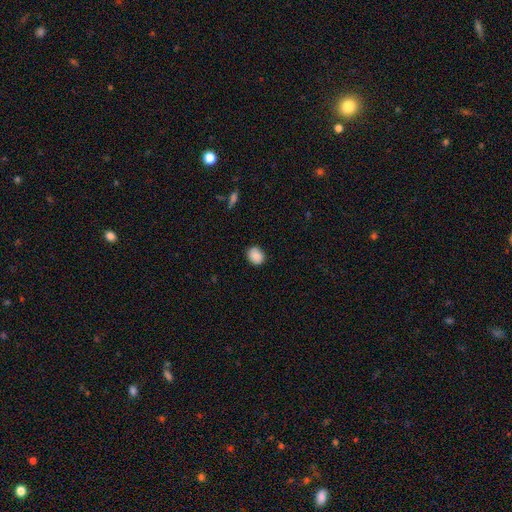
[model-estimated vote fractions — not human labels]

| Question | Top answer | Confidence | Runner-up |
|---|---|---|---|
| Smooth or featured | smooth | 87% | star or artifact (8%) |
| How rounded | round | 60% | in between (39%) |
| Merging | none | 86% | minor disturbance (11%) |